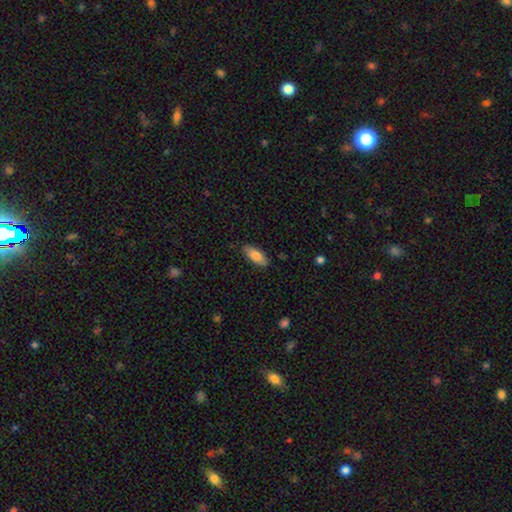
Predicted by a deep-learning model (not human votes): smooth_or_featured: smooth (p=0.82) [alt: featured or disk p=0.12]
how_rounded: in between (p=0.79) [alt: cigar-shaped p=0.19]
merging: none (p=0.84) [alt: minor disturbance p=0.13]